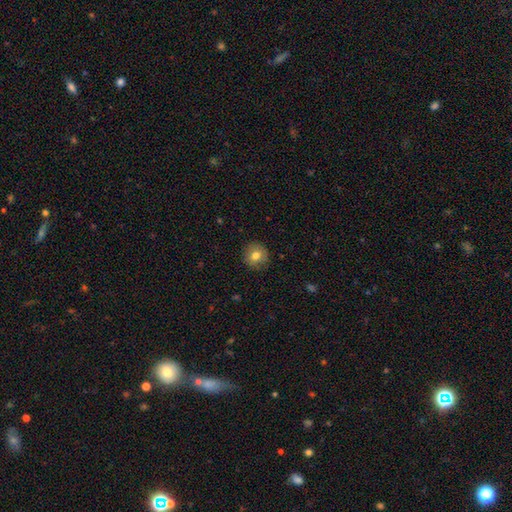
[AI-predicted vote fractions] smooth 76%, featured or disk 14%, star or artifact 9%. Down the decision tree: how rounded — round (91%); merging — none (88%).